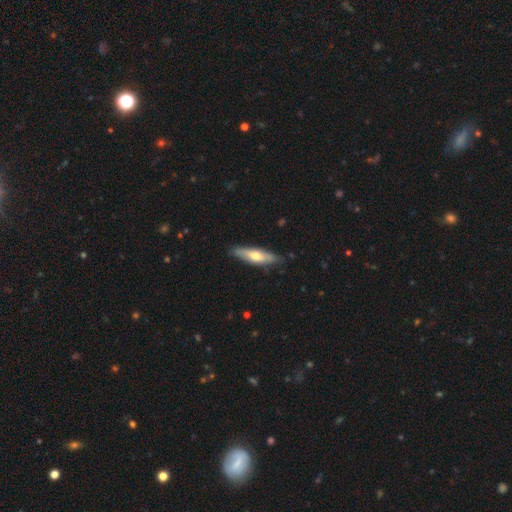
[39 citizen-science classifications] Smooth or featured?
  - featured or disk: 49% *
  - smooth: 46%
  - star or artifact: 5%
Edge-on disk?
  - yes: 63% *
  - no: 37%
Edge-on bulge?
  - rounded: 75% *
  - none: 25%
  - boxy: 0%
Merging?
  - none: 78% *
  - minor disturbance: 19%
  - merger: 3%
  - major disturbance: 0%